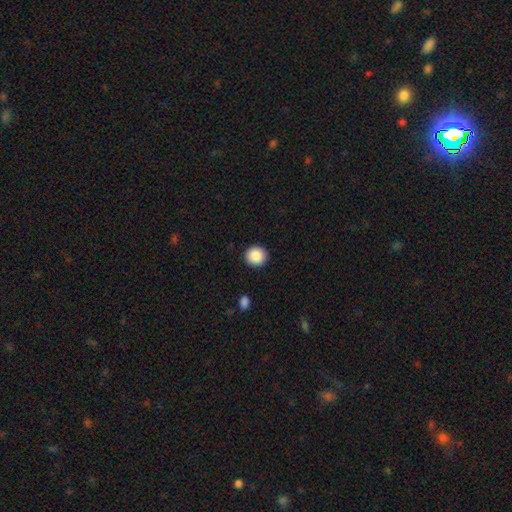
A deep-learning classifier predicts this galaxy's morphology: This is clearly a smooth galaxy (88%). How rounded: clearly round (88%). Merging: clearly none (91%).